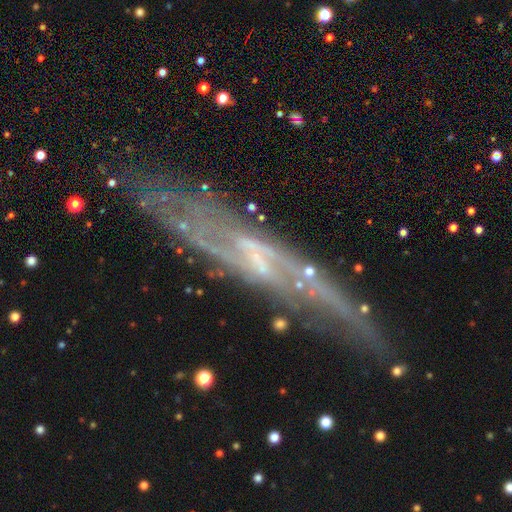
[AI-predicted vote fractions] smooth_or_featured: featured or disk (p=0.67) [alt: smooth p=0.20]
disk_edge_on: yes (p=0.74) [alt: no p=0.26]
merging: none (p=0.78) [alt: minor disturbance p=0.15]